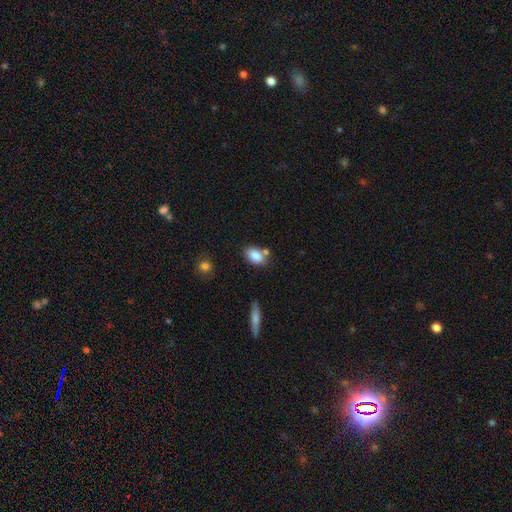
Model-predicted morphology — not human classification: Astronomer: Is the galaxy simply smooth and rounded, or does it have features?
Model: smooth — 82%.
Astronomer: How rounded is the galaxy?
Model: in between — 82%.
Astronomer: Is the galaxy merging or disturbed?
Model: none — 67%.